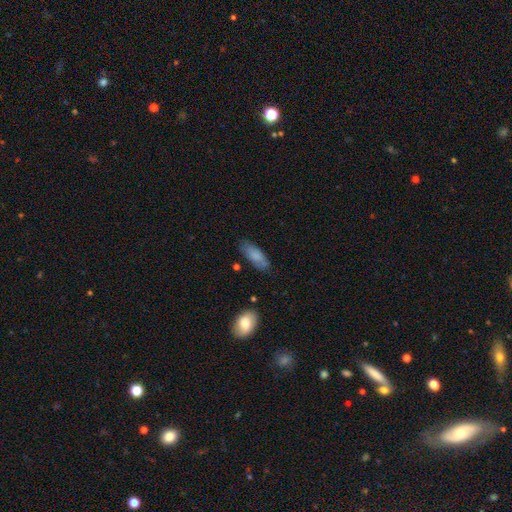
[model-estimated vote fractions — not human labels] The model was most divided on "how rounded": in between: 74%, cigar-shaped: 24%, round: 2%. More confident: smooth or featured — smooth (80%); merging — none (72%).